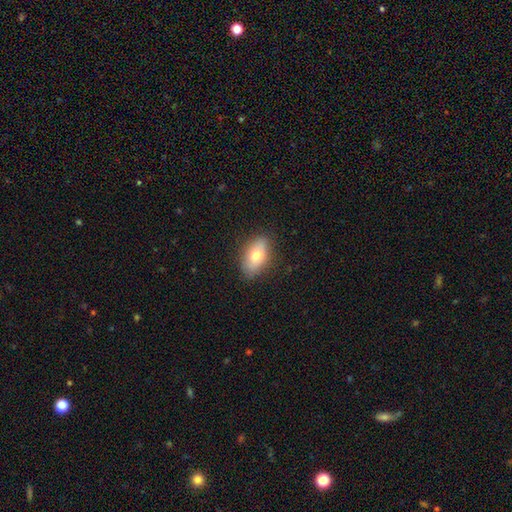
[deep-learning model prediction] Smooth or featured? Predicted: smooth (p=0.73). How rounded? Predicted: in between (p=0.89). Merging? Predicted: none (p=0.84).